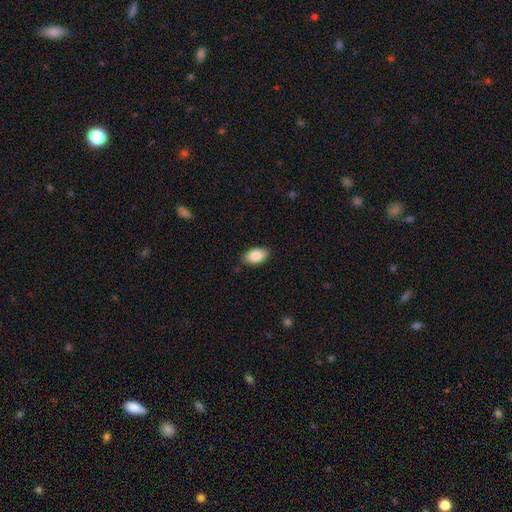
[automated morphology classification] Smooth or featured?
  - smooth: 86% *
  - featured or disk: 7%
  - star or artifact: 7%
How rounded?
  - in between: 94% *
  - round: 4%
  - cigar-shaped: 2%
Merging?
  - none: 85% *
  - minor disturbance: 12%
  - major disturbance: 2%
  - merger: 1%